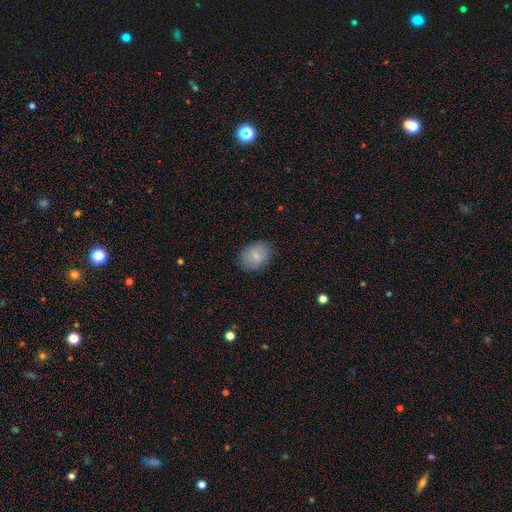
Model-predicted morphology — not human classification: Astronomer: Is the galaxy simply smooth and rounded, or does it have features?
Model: smooth — 80%.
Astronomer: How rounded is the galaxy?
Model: in between — 57% (runner-up: round, 42%).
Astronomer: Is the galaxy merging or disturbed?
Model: none — 85%.